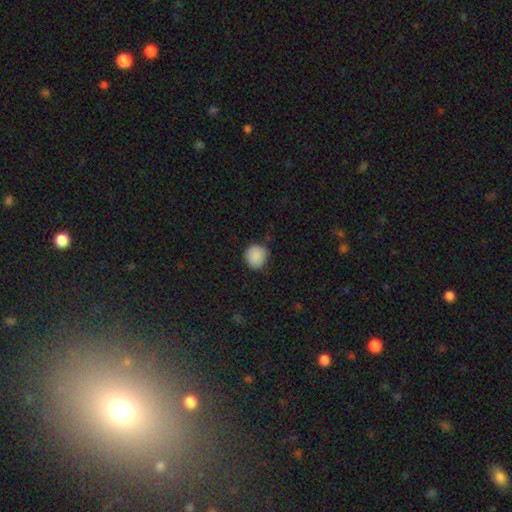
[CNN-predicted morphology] Overall: smooth (89%). How rounded: round (90%). Merging: none (84%).